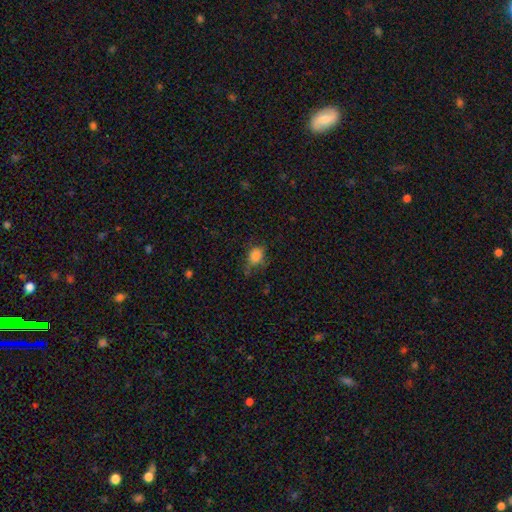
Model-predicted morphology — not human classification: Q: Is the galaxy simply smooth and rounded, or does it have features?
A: smooth — 83%.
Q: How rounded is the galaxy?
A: in between — 64%.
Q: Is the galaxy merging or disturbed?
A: none — 60%.